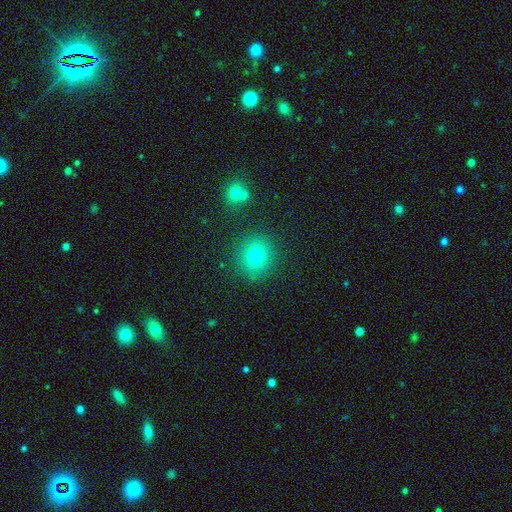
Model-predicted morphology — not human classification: The model was most divided on "smooth or featured": smooth: 76%, star or artifact: 14%, featured or disk: 10%. More confident: merging — none (87%); how rounded — round (83%).